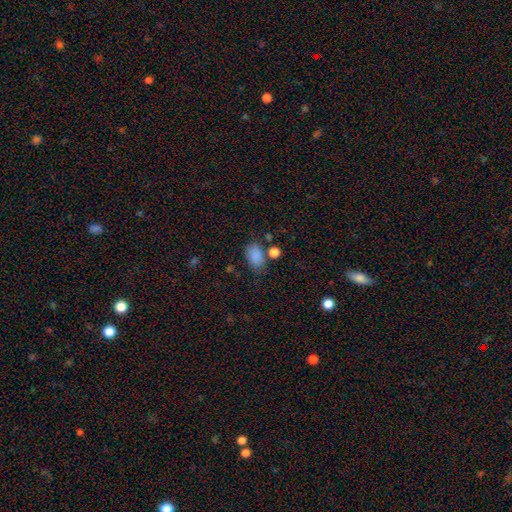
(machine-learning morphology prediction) A smooth galaxy with no disk features (85%) that is in between round and cigar-shaped (84%).

Vote fractions:
- Smooth or featured? smooth: 85% / star or artifact: 10% / featured or disk: 5%
- How rounded? in between: 84% / round: 14% / cigar-shaped: 1%
- Merging? none: 69% / minor disturbance: 17% / merger: 9% / major disturbance: 6%